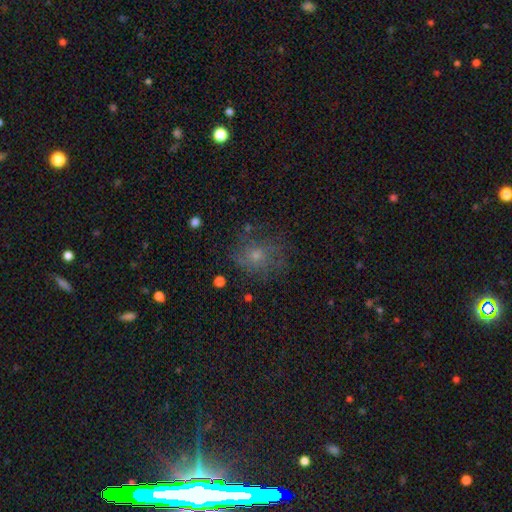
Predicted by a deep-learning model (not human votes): smooth 48%, featured or disk 28%, star or artifact 23%. Down the decision tree: merging — none (68%).